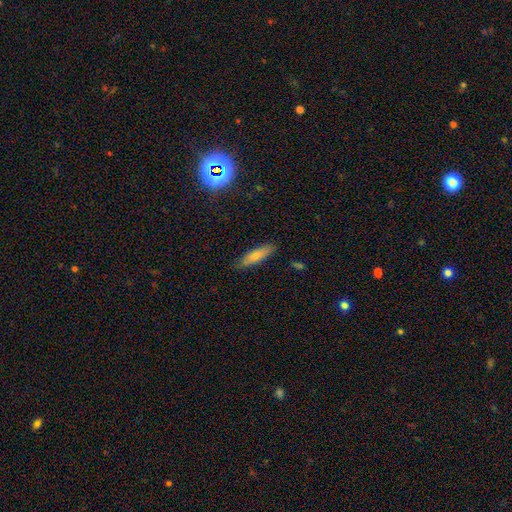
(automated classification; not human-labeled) Q: Smooth or featured?
A: smooth (77%); runner-up: featured or disk (16%)
Q: How rounded?
A: cigar-shaped (55%); runner-up: in between (43%)
Q: Merging?
A: none (83%); runner-up: minor disturbance (13%)